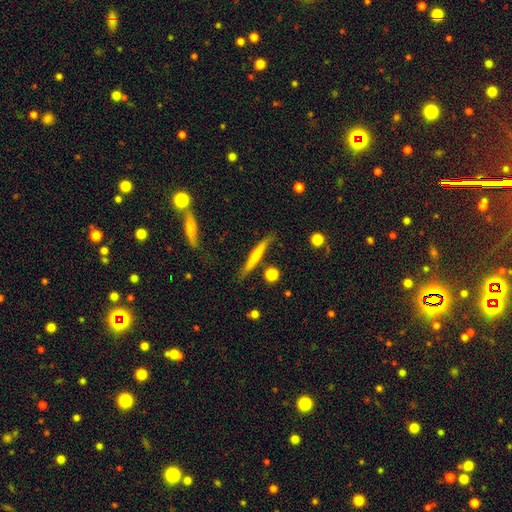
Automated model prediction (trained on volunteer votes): smooth_or_featured: smooth (p=0.55) [alt: featured or disk p=0.39]
how_rounded: cigar-shaped (p=0.93) [alt: in between p=0.04]
merging: none (p=0.80) [alt: minor disturbance p=0.12]